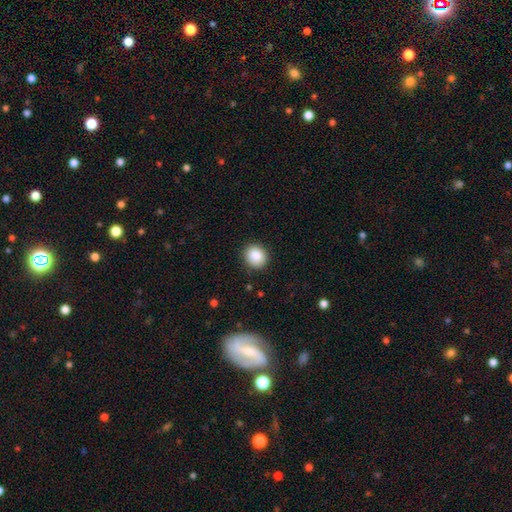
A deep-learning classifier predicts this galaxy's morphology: smooth 86%, star or artifact 9%, featured or disk 6%. Down the decision tree: how rounded — round (79%); merging — none (89%).